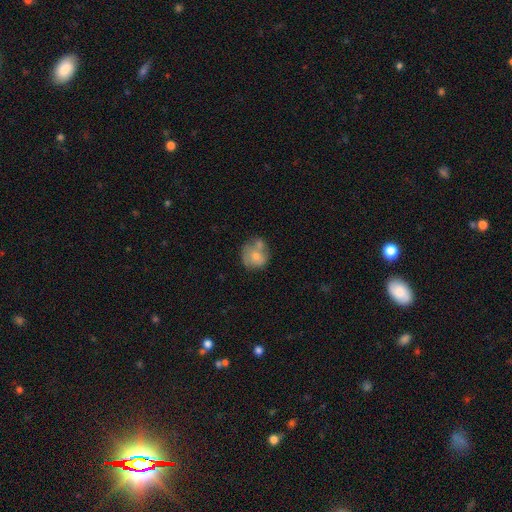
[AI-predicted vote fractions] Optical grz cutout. It shows a smooth galaxy with no disk features (66%) that is round (79%). Merging: none (41%).